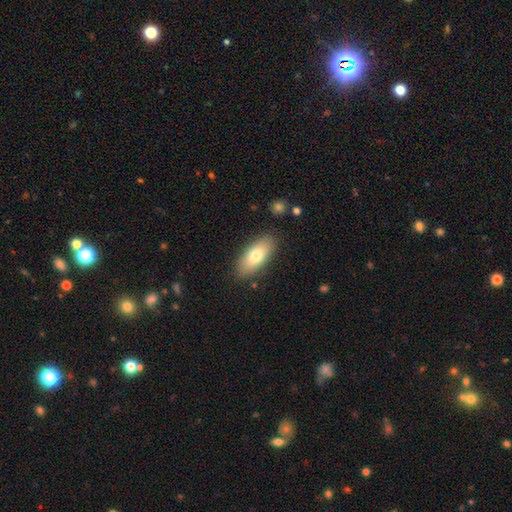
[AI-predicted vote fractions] The model was most divided on "smooth or featured": smooth: 74%, featured or disk: 19%, star or artifact: 7%. More confident: merging — none (85%); how rounded — in between (85%).